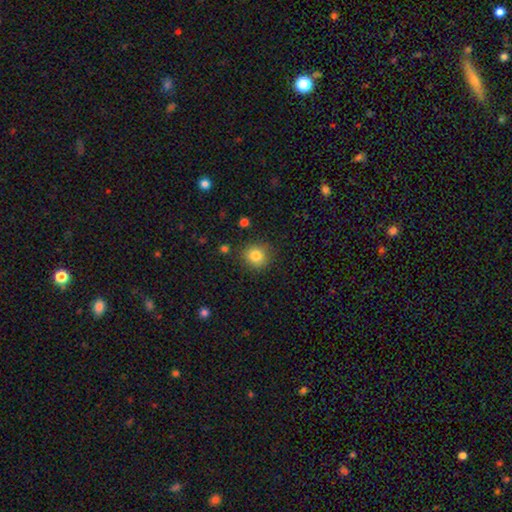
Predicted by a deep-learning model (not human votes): The model was most divided on "smooth or featured": smooth: 83%, star or artifact: 11%, featured or disk: 6%. More confident: how rounded — round (87%); merging — none (86%).